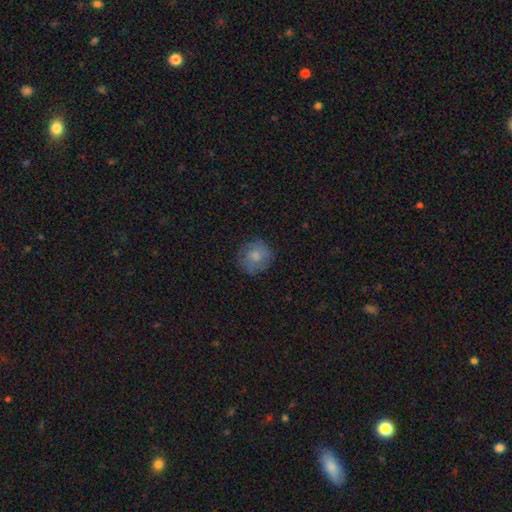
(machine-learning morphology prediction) Overall: smooth (74%). How rounded: round (87%). Merging: none (78%).